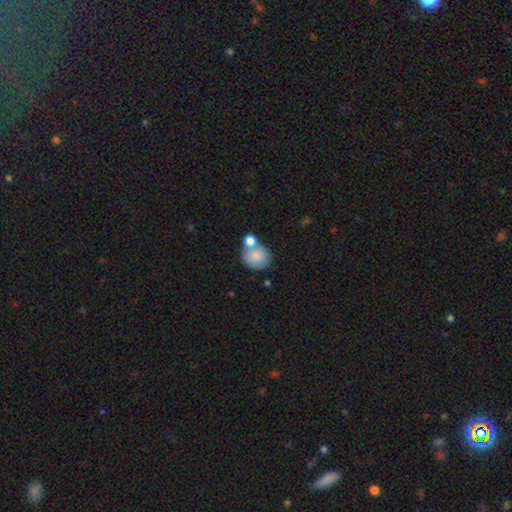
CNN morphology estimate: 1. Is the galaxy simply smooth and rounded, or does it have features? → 82% smooth, 10% featured or disk, 8% star or artifact.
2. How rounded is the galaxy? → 72% round, 27% in between, 1% cigar-shaped.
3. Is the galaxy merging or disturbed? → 46% none, 36% merger, 13% minor disturbance, 5% major disturbance.